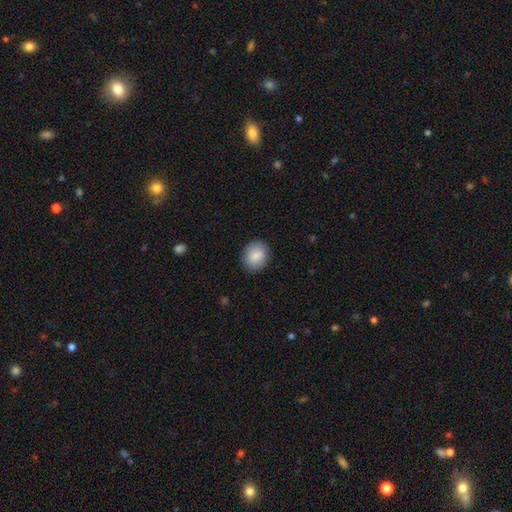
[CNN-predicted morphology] A smooth galaxy with no disk features (86%) that is round (65%).

Vote fractions:
- Smooth or featured? smooth: 86% / featured or disk: 7% / star or artifact: 7%
- How rounded? round: 65% / in between: 34% / cigar-shaped: 1%
- Merging? none: 88% / minor disturbance: 9% / major disturbance: 2% / merger: 1%